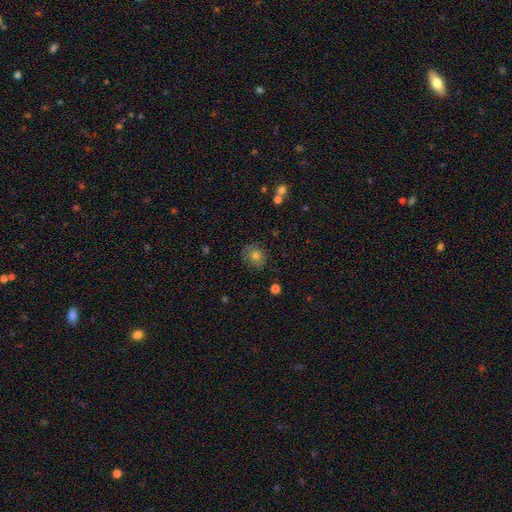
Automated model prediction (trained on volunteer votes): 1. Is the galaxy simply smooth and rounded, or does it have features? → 70% smooth, 16% featured or disk, 14% star or artifact.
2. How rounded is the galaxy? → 75% round, 24% in between, 1% cigar-shaped.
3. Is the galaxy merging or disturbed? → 80% none, 15% minor disturbance, 4% major disturbance, 2% merger.